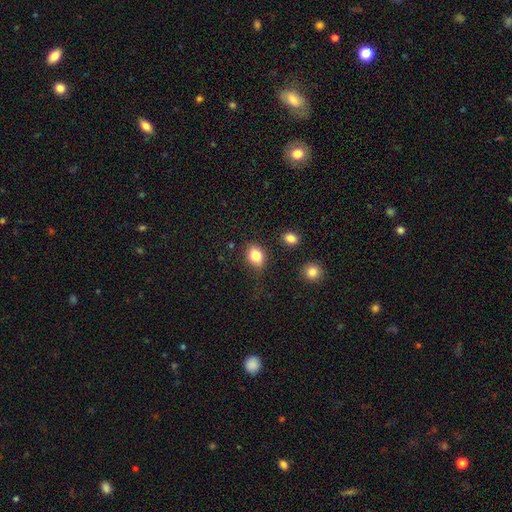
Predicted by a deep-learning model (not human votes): smooth 83%, star or artifact 9%, featured or disk 8%. Down the decision tree: how rounded — in between (65%); merging — none (78%).